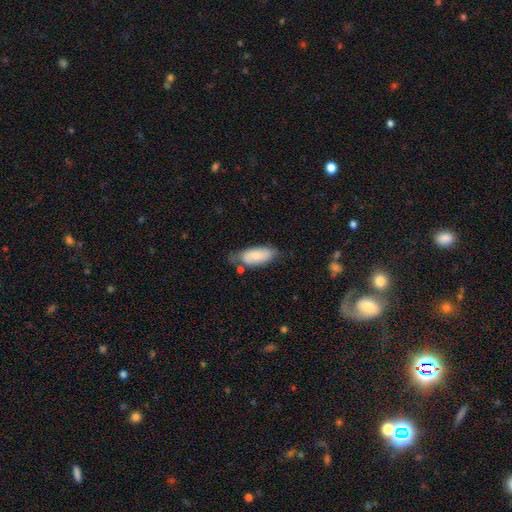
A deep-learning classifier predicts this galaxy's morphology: smooth 71%, featured or disk 23%, star or artifact 6%. Down the decision tree: how rounded — in between (84%); merging — none (54%).